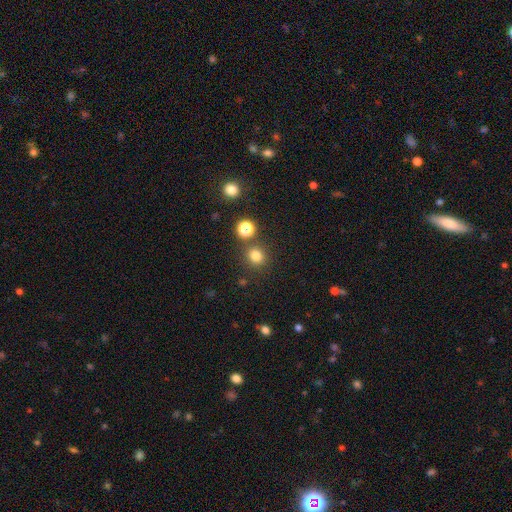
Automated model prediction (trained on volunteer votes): Smooth or featured?
  - smooth: 78% *
  - star or artifact: 17%
  - featured or disk: 5%
How rounded?
  - round: 88% *
  - in between: 11%
  - cigar-shaped: 1%
Merging?
  - none: 84% *
  - minor disturbance: 7%
  - merger: 6%
  - major disturbance: 3%